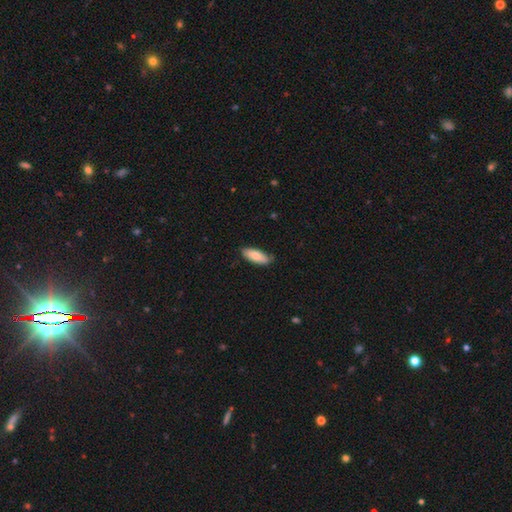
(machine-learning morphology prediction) This appears to be a smooth galaxy with no disk features (81%) that is in between round and cigar-shaped (73%). Merging: none (79%).